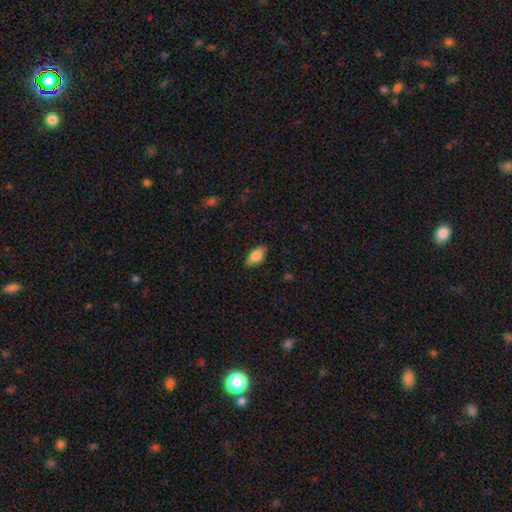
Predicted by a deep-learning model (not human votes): Q: Smooth or featured?
A: smooth (83%); runner-up: featured or disk (10%)
Q: How rounded?
A: in between (88%); runner-up: cigar-shaped (9%)
Q: Merging?
A: none (84%); runner-up: minor disturbance (13%)